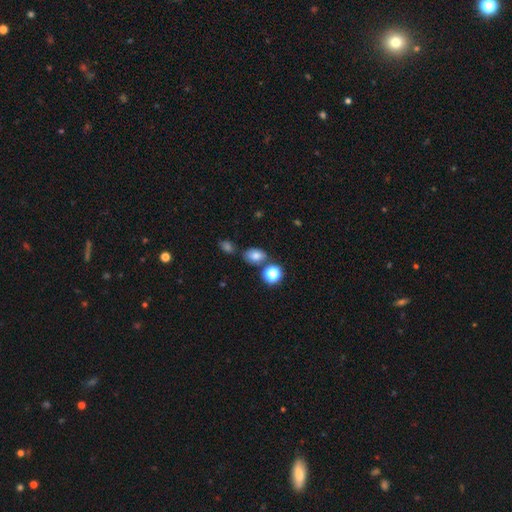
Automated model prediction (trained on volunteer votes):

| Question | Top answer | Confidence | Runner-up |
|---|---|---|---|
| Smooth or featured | smooth | 74% | star or artifact (16%) |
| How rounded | in between | 72% | round (27%) |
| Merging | none | 68% | minor disturbance (15%) |